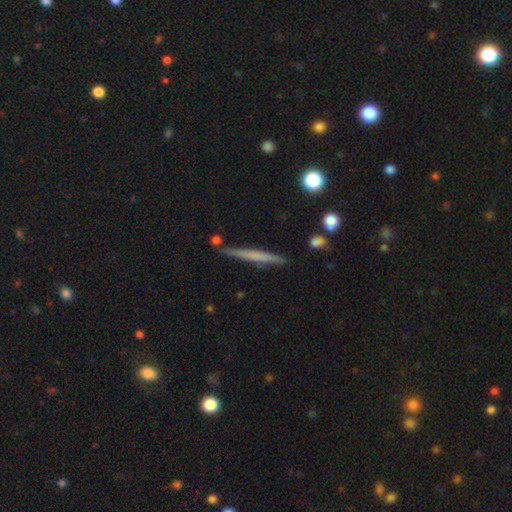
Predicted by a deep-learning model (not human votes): Overall: smooth (50%; featured or disk 44%). Merging: none (85%).